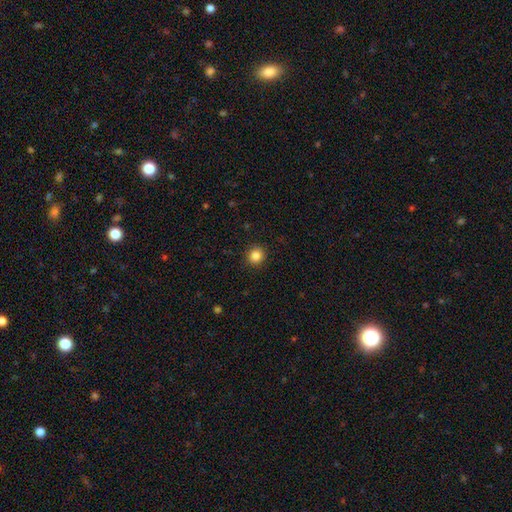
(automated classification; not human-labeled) smooth_or_featured: smooth (p=0.84) [alt: star or artifact p=0.11]
how_rounded: round (p=0.91) [alt: in between p=0.08]
merging: none (p=0.92) [alt: minor disturbance p=0.05]